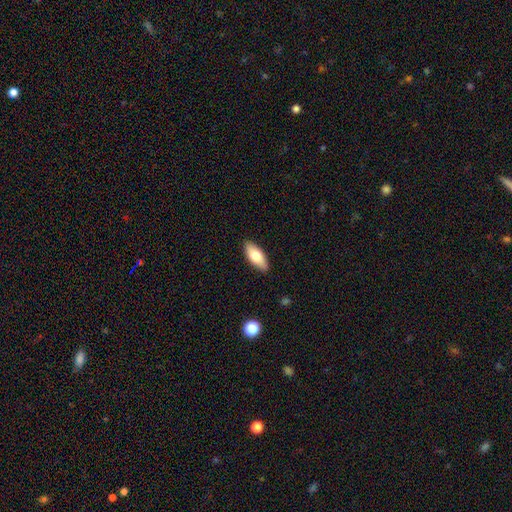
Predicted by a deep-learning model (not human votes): Morphology: type=smooth (76%); roundness=in between (86%); merging=none (87%).